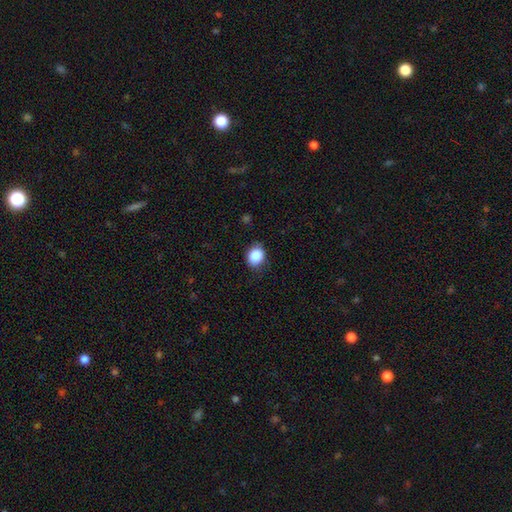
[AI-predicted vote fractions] Smooth or featured: smooth — 87% (star or artifact — 9%)
How rounded: round — 58% (in between — 42%)
Merging: none — 78% (minor disturbance — 17%)